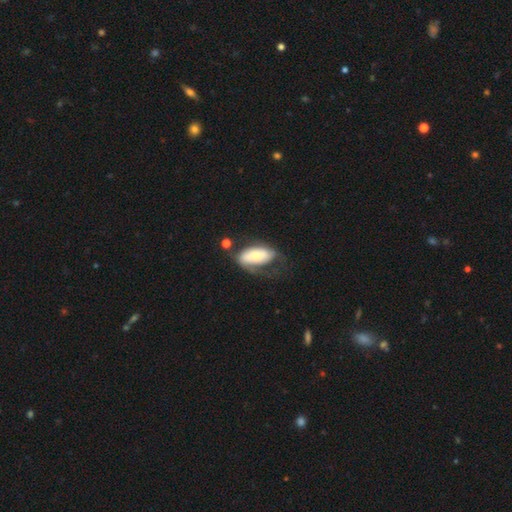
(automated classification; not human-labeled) A smooth galaxy with no disk features (57%) that is in between round and cigar-shaped (90%). Merging: none (38%).